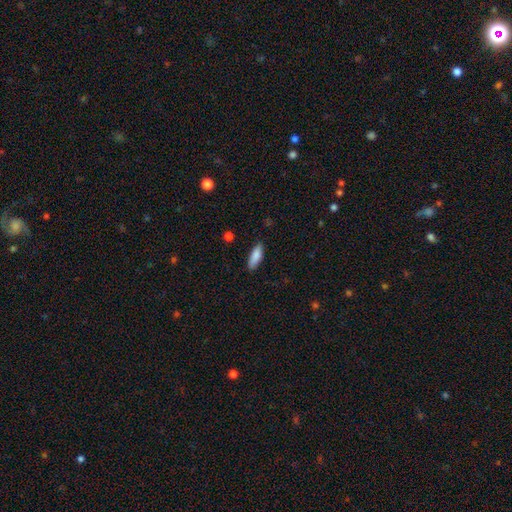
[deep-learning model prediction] Smooth or featured? smooth (84%)
How rounded? in between (62%)
Merging? none (85%)